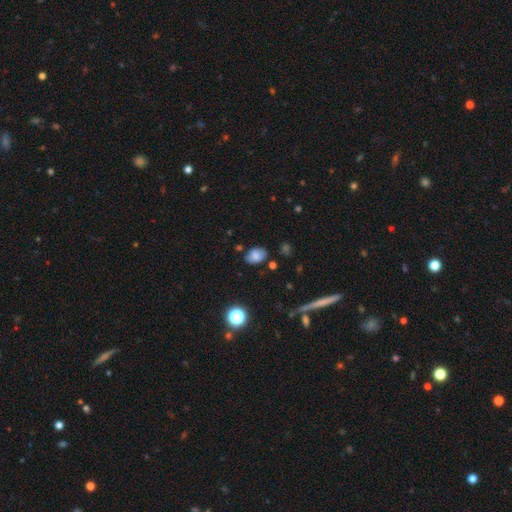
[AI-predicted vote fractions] smooth_or_featured: smooth (p=0.78) [alt: star or artifact p=0.11]
how_rounded: in between (p=0.79) [alt: round p=0.19]
merging: none (p=0.78) [alt: minor disturbance p=0.16]